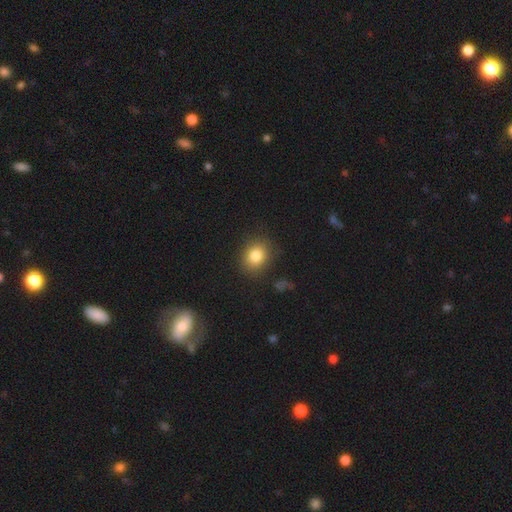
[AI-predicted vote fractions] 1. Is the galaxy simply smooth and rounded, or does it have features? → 83% smooth, 10% star or artifact, 7% featured or disk.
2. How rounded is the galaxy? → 59% round, 40% in between, 1% cigar-shaped.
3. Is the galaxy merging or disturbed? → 84% none, 11% minor disturbance, 3% major disturbance, 2% merger.